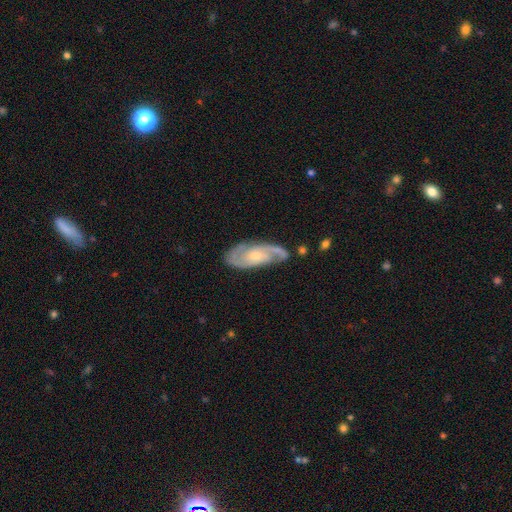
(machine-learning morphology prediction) featured or disk 86%, smooth 9%, star or artifact 4%. Down the decision tree: edge-on disk — no (94%); bar — no (58%); spiral arms — yes (97%); spiral arm count — 2 (79%); spiral winding — medium (48%); bulge size — small (53%); merging — none (76%).